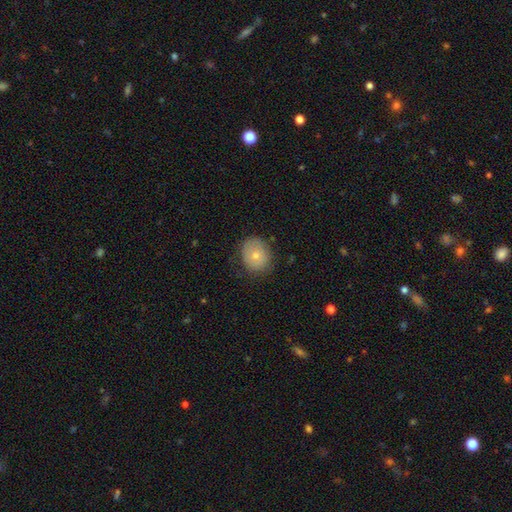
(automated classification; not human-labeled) A smooth galaxy with no disk features (73%) that is round (64%).

Vote fractions:
- Smooth or featured? smooth: 73% / featured or disk: 19% / star or artifact: 8%
- How rounded? round: 64% / in between: 36% / cigar-shaped: 1%
- Merging? none: 75% / minor disturbance: 19% / major disturbance: 5% / merger: 1%